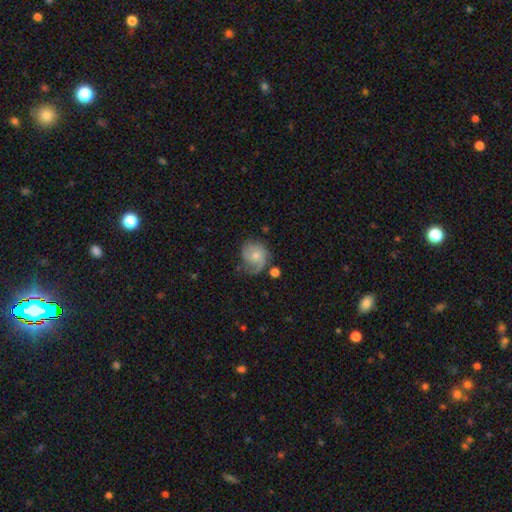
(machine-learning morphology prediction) A featured or disk galaxy (54%) with no bar (76%), spiral arms (83%) and a small central bulge (56%).

Vote fractions:
- Smooth or featured? featured or disk: 54% / smooth: 38% / star or artifact: 8%
- Edge-on disk? no: 97% / yes: 3%
- Bar? no: 76% / weak: 21% / strong: 3%
- Spiral arms? yes: 83% / no: 17%
- Bulge size? small: 56% / moderate: 37% / none: 3% / large: 2% / dominant: 1%
- Merging? none: 50% / minor disturbance: 28% / major disturbance: 18% / merger: 4%